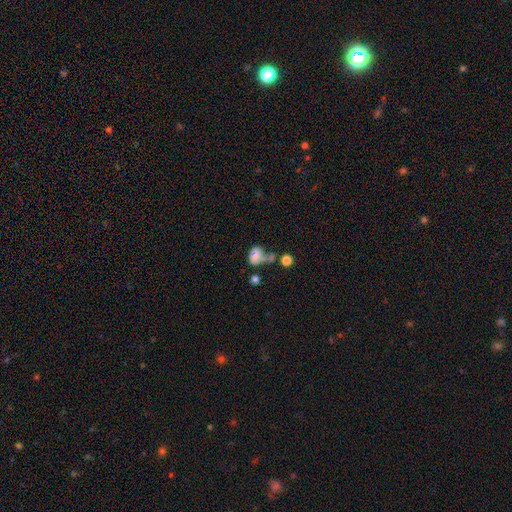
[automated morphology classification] This appears to be a smooth galaxy with no disk features (72%) that is in between round and cigar-shaped (74%). Merging: merger (36%).